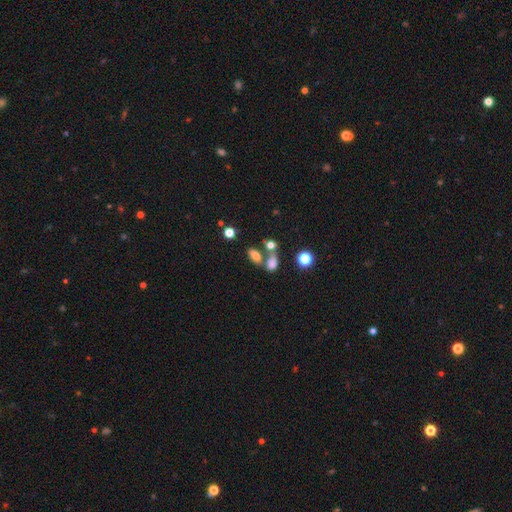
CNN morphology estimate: smooth_or_featured: smooth (p=0.73) [alt: star or artifact p=0.14]
how_rounded: in between (p=0.83) [alt: round p=0.12]
merging: none (p=0.51) [alt: merger p=0.33]